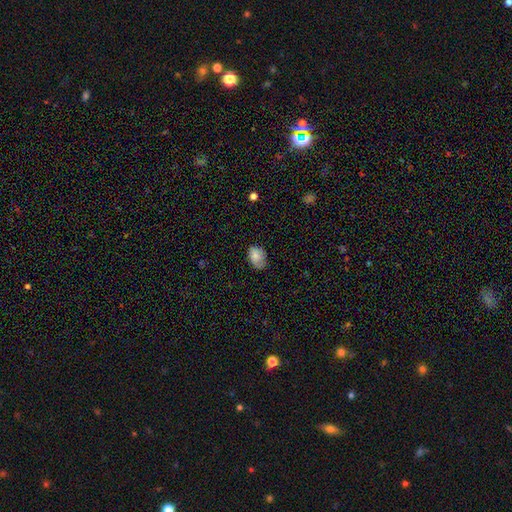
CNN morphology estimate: This is likely a smooth galaxy (74%). How rounded: likely in between (80%). Merging: likely none (62%).